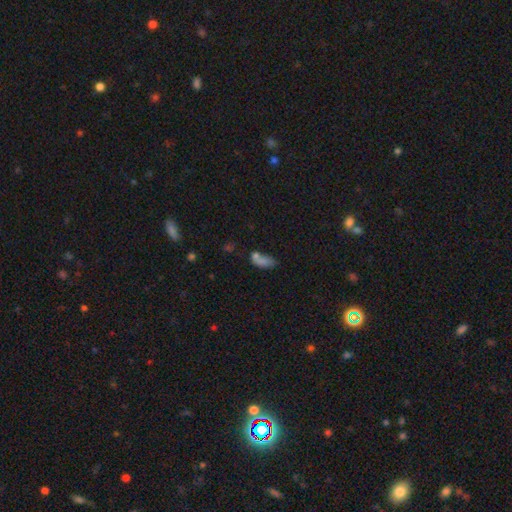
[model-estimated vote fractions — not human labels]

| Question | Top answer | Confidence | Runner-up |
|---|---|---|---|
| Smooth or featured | smooth | 60% | star or artifact (27%) |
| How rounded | in between | 72% | cigar-shaped (16%) |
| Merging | none | 45% | merger (27%) |